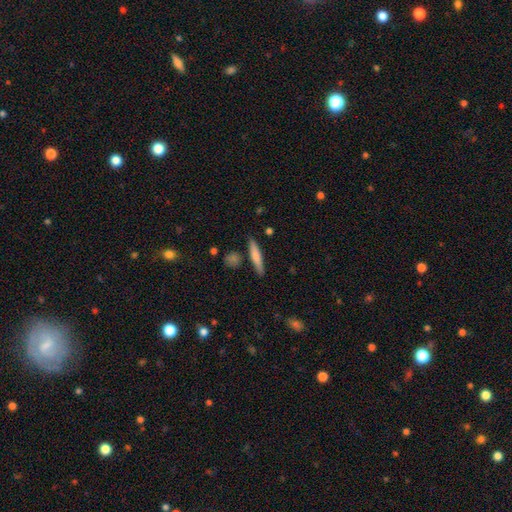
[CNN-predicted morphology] type=smooth (69%); roundness=cigar-shaped (91%); merging=none (85%).